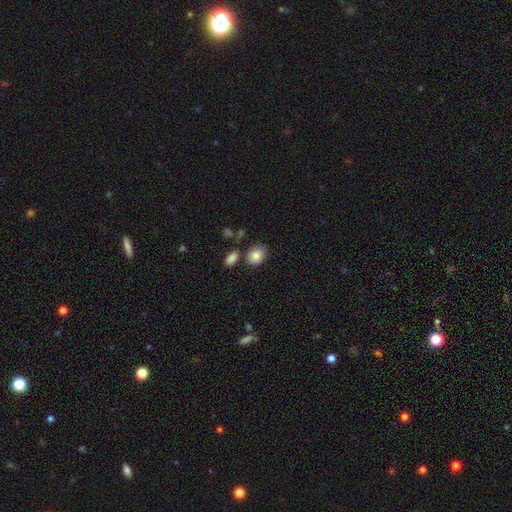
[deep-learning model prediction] Smooth or featured?
  - smooth: 85% *
  - star or artifact: 8%
  - featured or disk: 7%
How rounded?
  - in between: 53% *
  - round: 46%
  - cigar-shaped: 1%
Merging?
  - none: 72% *
  - minor disturbance: 13%
  - merger: 11%
  - major disturbance: 3%